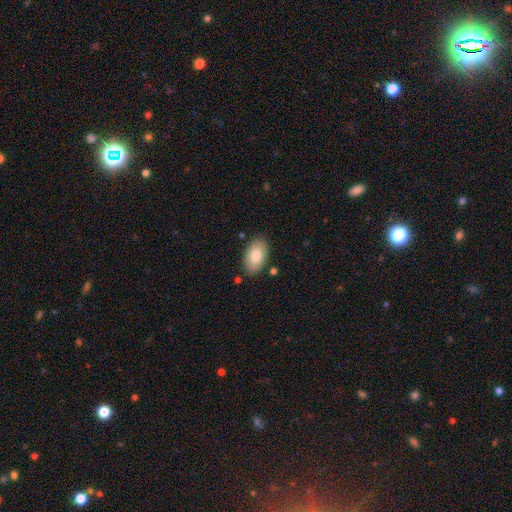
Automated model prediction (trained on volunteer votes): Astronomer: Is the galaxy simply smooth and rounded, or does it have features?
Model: smooth — 80%.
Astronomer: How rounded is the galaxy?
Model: in between — 94%.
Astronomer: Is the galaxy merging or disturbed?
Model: none — 84%.